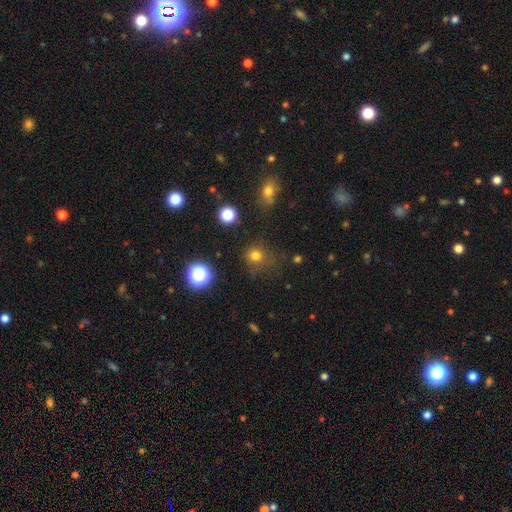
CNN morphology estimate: A smooth galaxy with no disk features (75%) that is round (89%).

Vote fractions:
- Smooth or featured? smooth: 75% / star or artifact: 19% / featured or disk: 6%
- How rounded? round: 89% / in between: 10% / cigar-shaped: 1%
- Merging? none: 78% / minor disturbance: 13% / major disturbance: 6% / merger: 3%